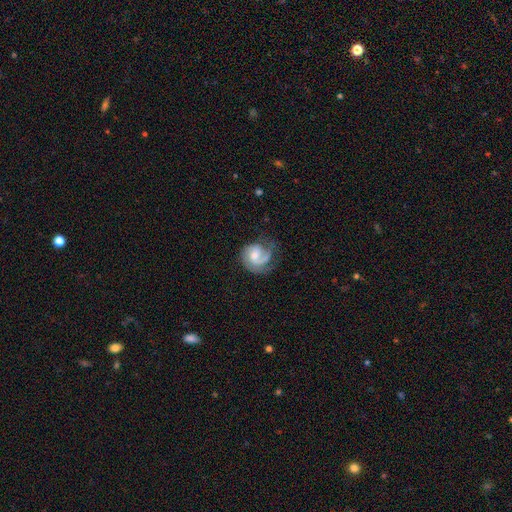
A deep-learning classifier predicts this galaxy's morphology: A featured or disk galaxy (76%) with no bar (52%), 2 (41%, tied with 1) medium (41%) spiral arms (94%) and a moderate central bulge (50%).

Vote fractions:
- Smooth or featured? featured or disk: 76% / smooth: 18% / star or artifact: 6%
- Edge-on disk? no: 98% / yes: 2%
- Bar? no: 52% / weak: 41% / strong: 7%
- Spiral arms? yes: 94% / no: 6%
- Spiral winding? medium: 41% / tight: 39% / loose: 19%
- Spiral arm count? 2: 41% (tied) / 1: 41% (tied) / can't tell: 10% / 3: 5% / 4: 2% / more than 4: 2%
- Bulge size? moderate: 50% / small: 34% / large: 7% / none: 7% / dominant: 1%
- Merging? none: 58% / minor disturbance: 22% / major disturbance: 18% / merger: 2%